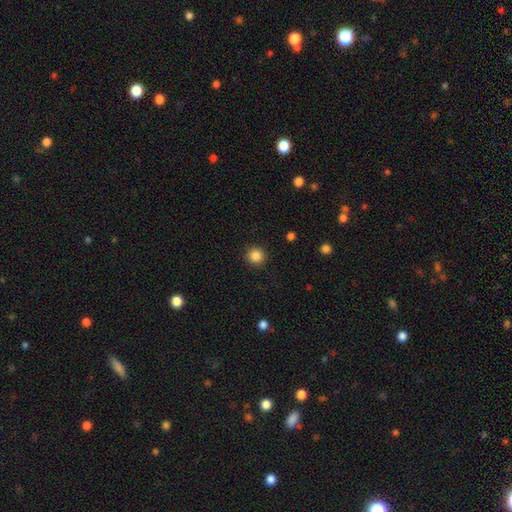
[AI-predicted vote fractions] smooth_or_featured: smooth (p=0.86) [alt: star or artifact p=0.11]
how_rounded: round (p=0.92) [alt: in between p=0.07]
merging: none (p=0.91) [alt: minor disturbance p=0.06]